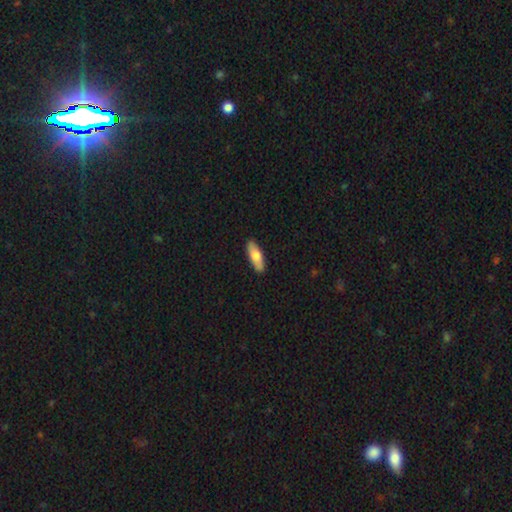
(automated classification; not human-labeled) A smooth galaxy with no disk features (72%) that is in between round and cigar-shaped (62%).

Vote fractions:
- Smooth or featured? smooth: 72% / featured or disk: 23% / star or artifact: 5%
- How rounded? in between: 62% / cigar-shaped: 36% / round: 2%
- Merging? none: 89% / minor disturbance: 8% / major disturbance: 1% / merger: 1%